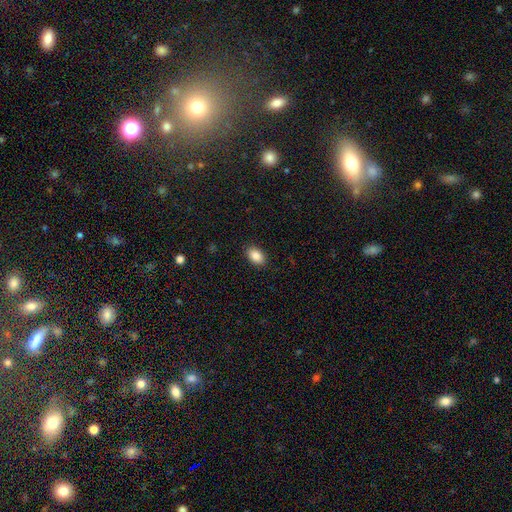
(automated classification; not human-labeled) Smooth or featured? Predicted: smooth (p=0.87). How rounded? Predicted: in between (p=0.88). Merging? Predicted: none (p=0.89).